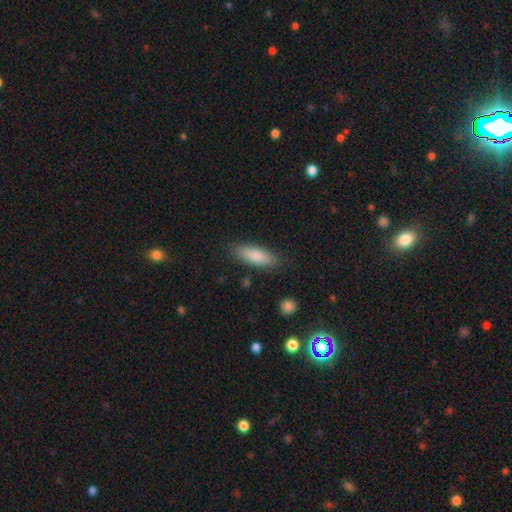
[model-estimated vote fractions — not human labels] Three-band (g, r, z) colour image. It shows a smooth galaxy with no disk features (84%) that is in between round and cigar-shaped (61%). Merging: none (84%).